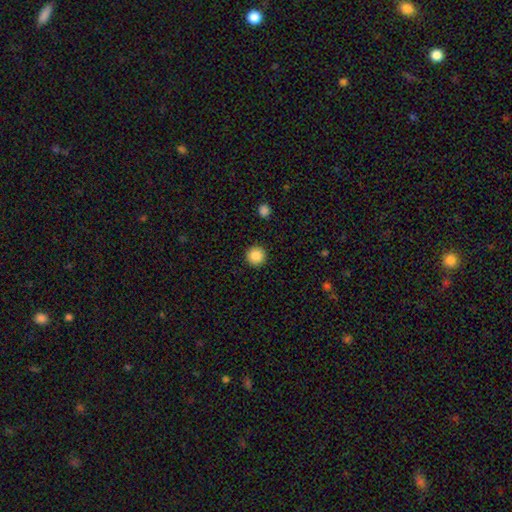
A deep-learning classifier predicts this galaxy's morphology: smooth-or-featured: smooth: 87% | star or artifact: 9% | featured or disk: 4%
  how-rounded: round: 95% | in between: 4% | cigar-shaped: 1%
  merging: none: 92% | minor disturbance: 5% | major disturbance: 2% | merger: 1%